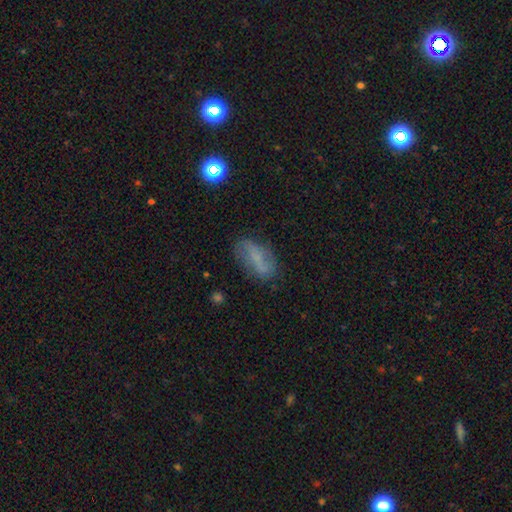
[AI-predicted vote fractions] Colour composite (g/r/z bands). It shows a smooth galaxy with no disk features (53%) that is in between round and cigar-shaped (79%). Merging: none (69%).